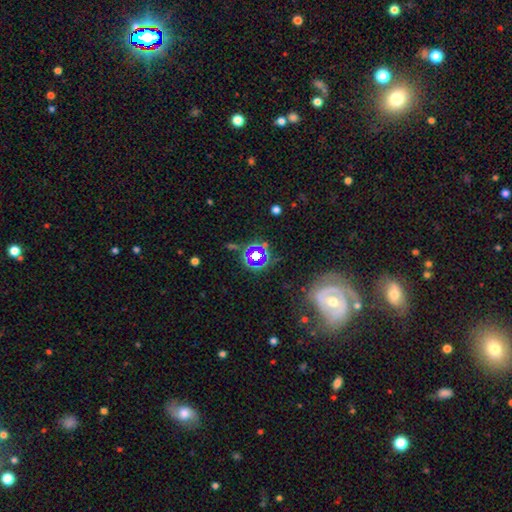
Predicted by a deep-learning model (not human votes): Morphology: type=star or artifact (62%).